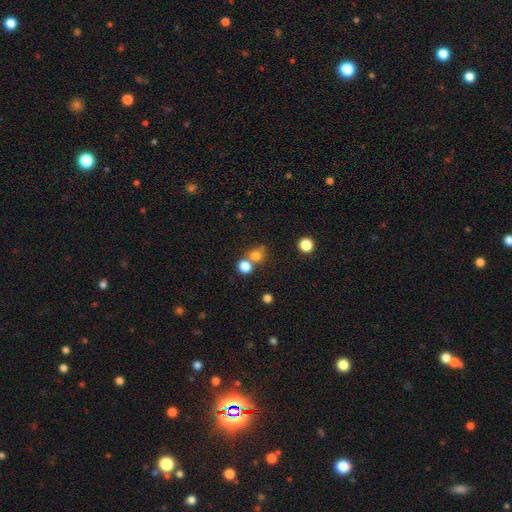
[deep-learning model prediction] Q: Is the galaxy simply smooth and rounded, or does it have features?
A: smooth — 77%.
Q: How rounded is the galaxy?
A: round — 81%.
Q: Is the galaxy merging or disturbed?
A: none — 52%.